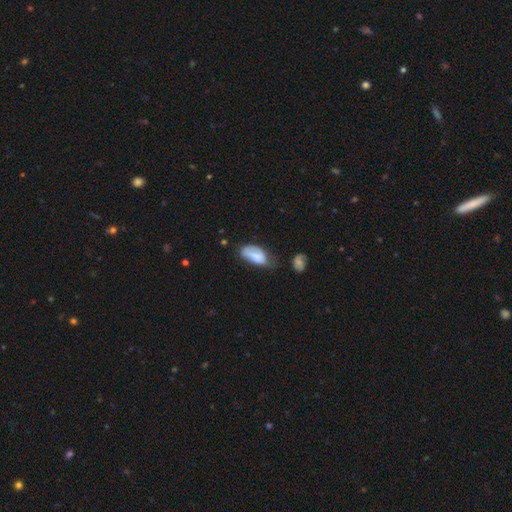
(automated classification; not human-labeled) Smooth or featured? Predicted: smooth (p=0.74). How rounded? Predicted: in between (p=0.90). Merging? Predicted: minor disturbance (p=0.39).